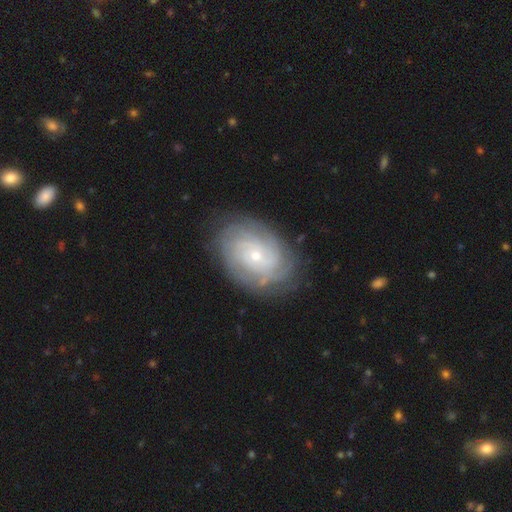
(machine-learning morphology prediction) A featured or disk galaxy (77%) with no bar (76%), tight (76%) spiral arms (91%) and a small central bulge (70%).

Vote fractions:
- Smooth or featured? featured or disk: 77% / smooth: 16% / star or artifact: 7%
- Edge-on disk? no: 96% / yes: 4%
- Bar? no: 76% / weak: 20% / strong: 4%
- Spiral arms? yes: 91% / no: 9%
- Spiral winding? tight: 76% / medium: 19% / loose: 5%
- Spiral arm count? can't tell: 48% / 4: 15% / 2: 12% / 3: 11% / more than 4: 9% / 1: 5%
- Bulge size? small: 70% / moderate: 26% / large: 2% / none: 1% / dominant: 1%
- Merging? none: 79% / minor disturbance: 15% / major disturbance: 5% / merger: 1%